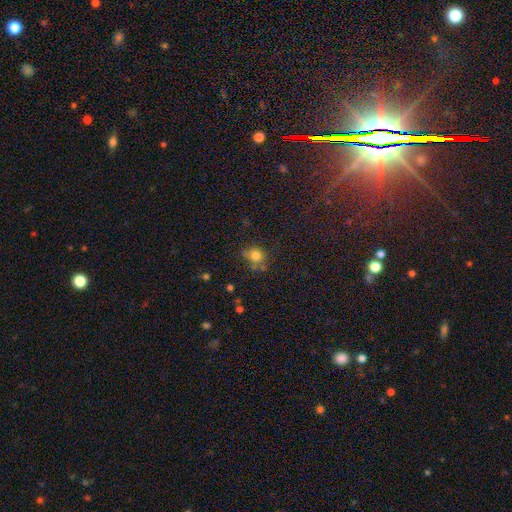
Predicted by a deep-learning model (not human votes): This appears to be a smooth galaxy with no disk features (75%) that is round (77%). Merging: none (58%).